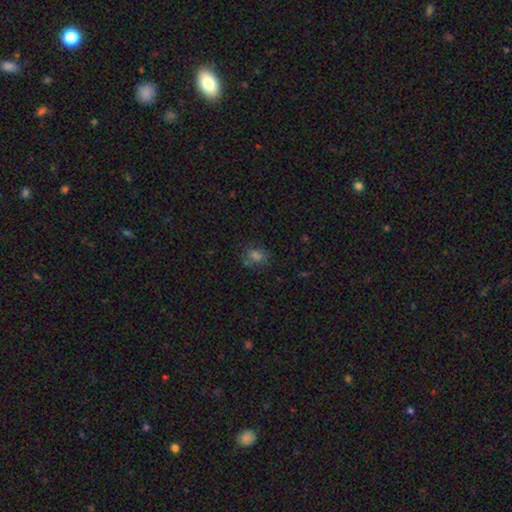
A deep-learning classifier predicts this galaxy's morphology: The model was most divided on "how rounded": round: 52%, in between: 46%, cigar-shaped: 2%. More confident: merging — none (70%); smooth or featured — smooth (63%).